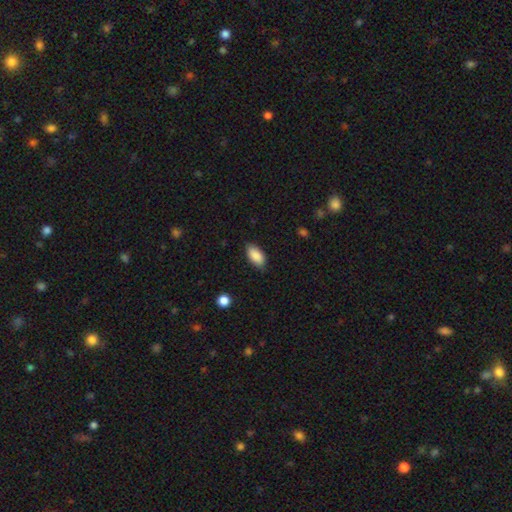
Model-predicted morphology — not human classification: Q: Smooth or featured?
A: smooth (88%); runner-up: star or artifact (6%)
Q: How rounded?
A: in between (93%); runner-up: cigar-shaped (5%)
Q: Merging?
A: none (83%); runner-up: minor disturbance (13%)